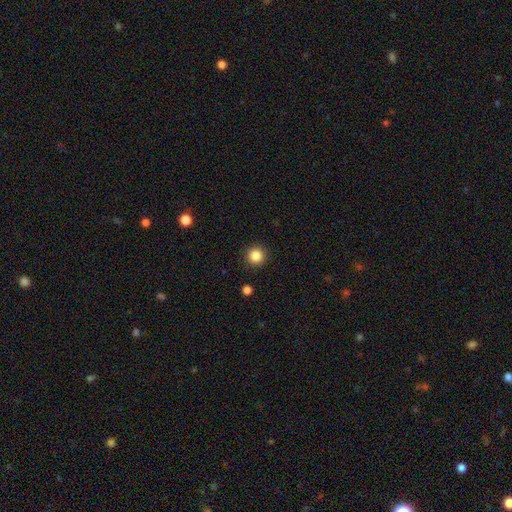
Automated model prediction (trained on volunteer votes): This appears to be a smooth galaxy with no disk features (86%) that is round (96%). Merging: none (92%).